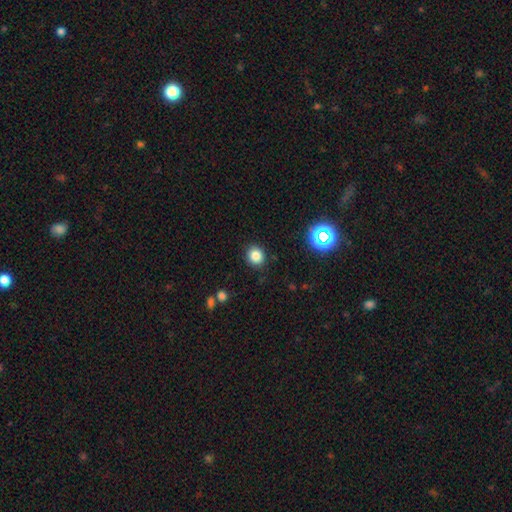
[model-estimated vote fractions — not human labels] Smooth or featured: smooth — 82% (star or artifact — 13%)
How rounded: round — 84% (in between — 16%)
Merging: none — 89% (minor disturbance — 7%)